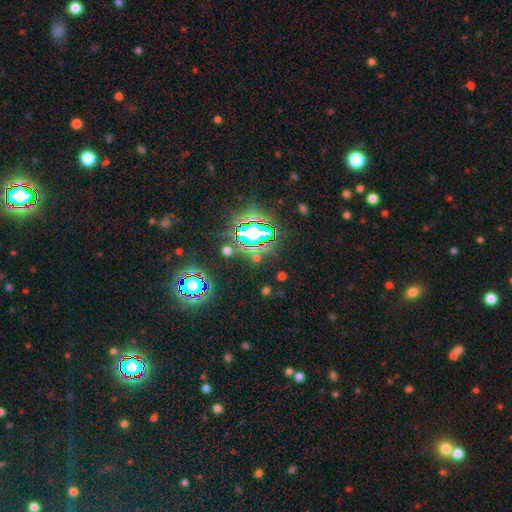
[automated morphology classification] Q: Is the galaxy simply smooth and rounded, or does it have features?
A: star or artifact — 76%.